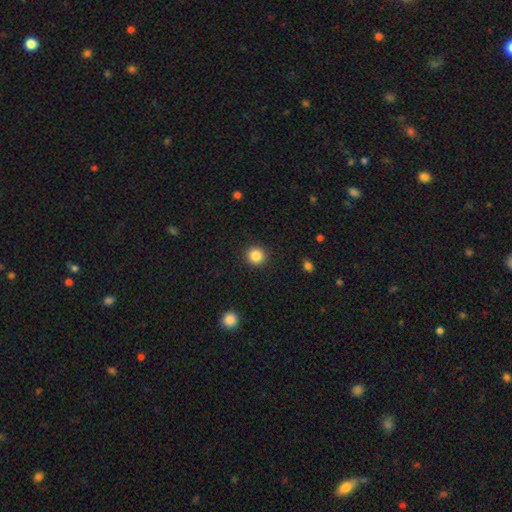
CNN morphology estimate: The model was most divided on "smooth or featured": smooth: 86%, star or artifact: 10%, featured or disk: 4%. More confident: how rounded — round (94%); merging — none (92%).